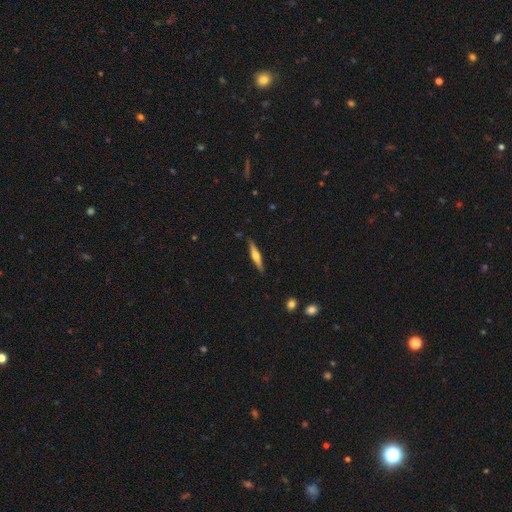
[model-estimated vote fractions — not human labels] A featured or disk galaxy (64%) viewed edge-on (97%) with a rounded central bulge (90%).

Vote fractions:
- Smooth or featured? featured or disk: 64% / smooth: 31% / star or artifact: 6%
- Edge-on disk? yes: 97% / no: 3%
- Edge-on bulge? rounded: 90% / boxy: 6% / none: 5%
- Merging? none: 89% / minor disturbance: 8% / major disturbance: 2% / merger: 1%